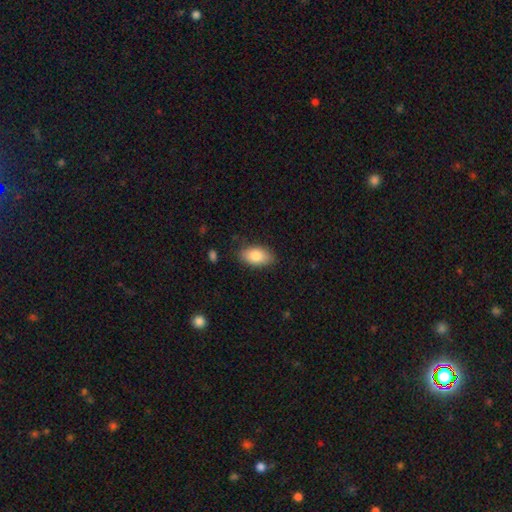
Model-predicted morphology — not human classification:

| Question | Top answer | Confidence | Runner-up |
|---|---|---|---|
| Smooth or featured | smooth | 83% | featured or disk (10%) |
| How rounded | in between | 93% | round (4%) |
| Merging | none | 84% | minor disturbance (12%) |